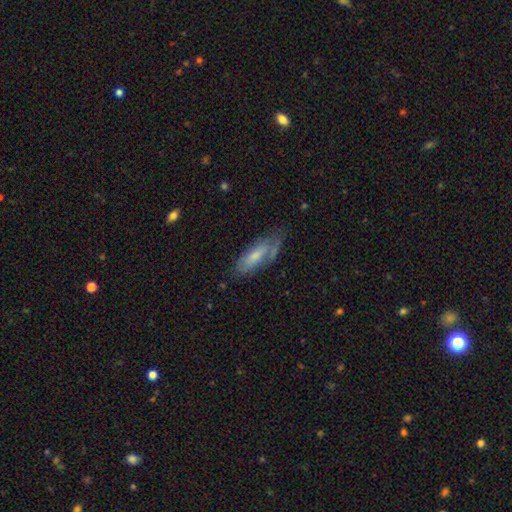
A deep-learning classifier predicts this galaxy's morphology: Smooth or featured: smooth — 55% (featured or disk — 38%)
How rounded: in between — 60% (cigar-shaped — 38%)
Merging: none — 58% (minor disturbance — 28%)